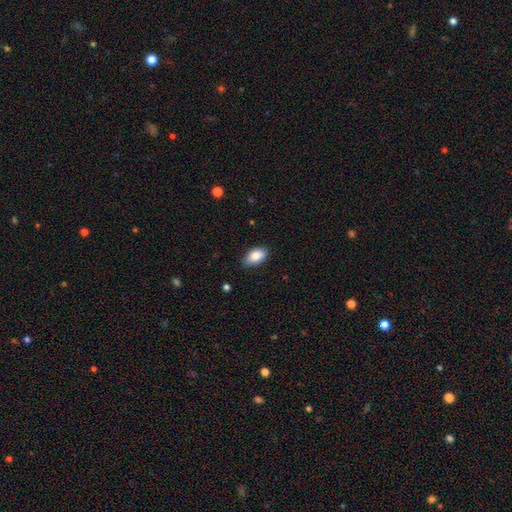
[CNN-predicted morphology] This is clearly a smooth galaxy (85%). How rounded: clearly in between (92%). Merging: clearly none (83%).